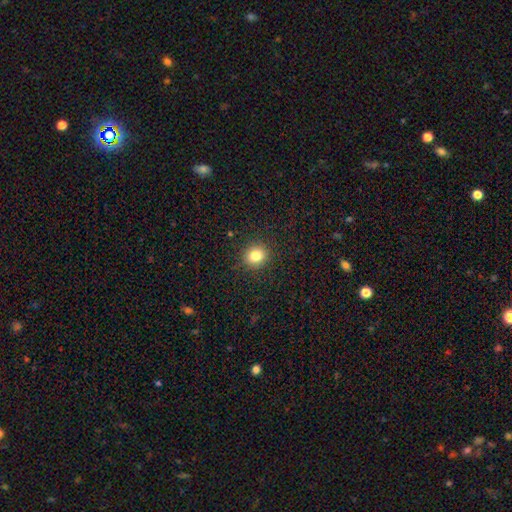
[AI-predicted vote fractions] smooth_or_featured: smooth (p=0.83) [alt: star or artifact p=0.11]
how_rounded: round (p=0.81) [alt: in between p=0.18]
merging: none (p=0.90) [alt: minor disturbance p=0.06]